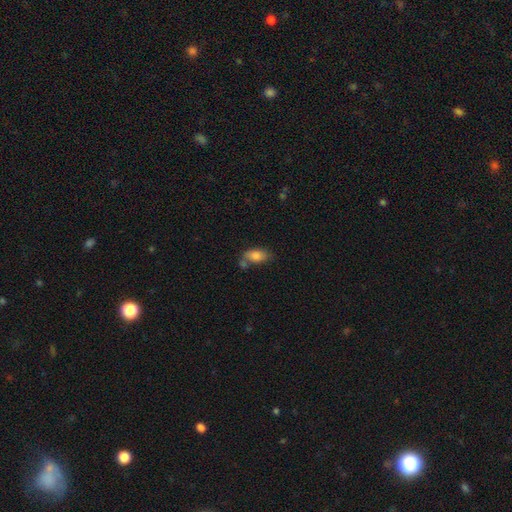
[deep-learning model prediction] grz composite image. It shows a smooth galaxy with no disk features (82%) that is in between round and cigar-shaped (89%). Merging: none (54%).